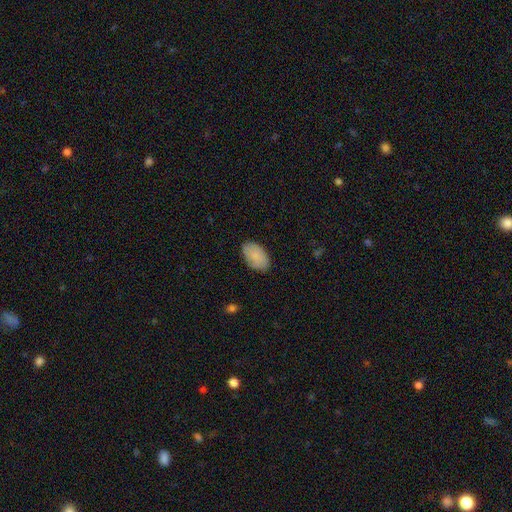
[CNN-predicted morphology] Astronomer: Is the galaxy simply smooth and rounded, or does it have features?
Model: smooth — 87%.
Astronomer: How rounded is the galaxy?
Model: in between — 94%.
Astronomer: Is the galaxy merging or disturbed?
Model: none — 85%.